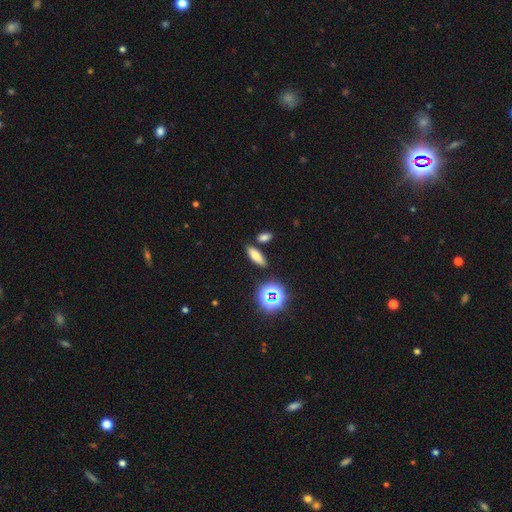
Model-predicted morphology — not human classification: smooth_or_featured: smooth (p=0.69) [alt: star or artifact p=0.17]
how_rounded: in between (p=0.58) [alt: cigar-shaped p=0.34]
merging: none (p=0.82) [alt: minor disturbance p=0.08]